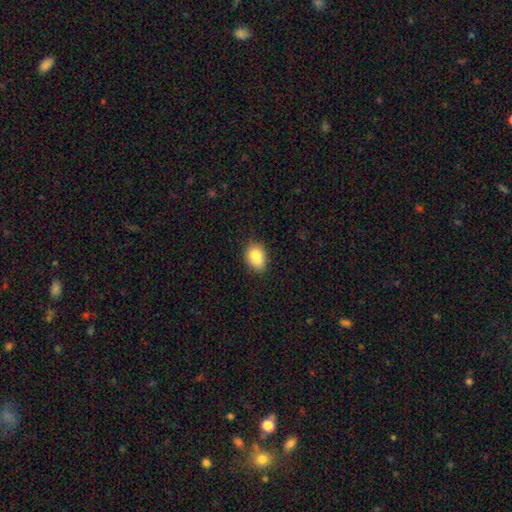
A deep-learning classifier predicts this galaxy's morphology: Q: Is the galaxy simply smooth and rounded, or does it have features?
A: smooth — 82%.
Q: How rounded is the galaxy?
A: in between — 71%.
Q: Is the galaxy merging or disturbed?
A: none — 69%.